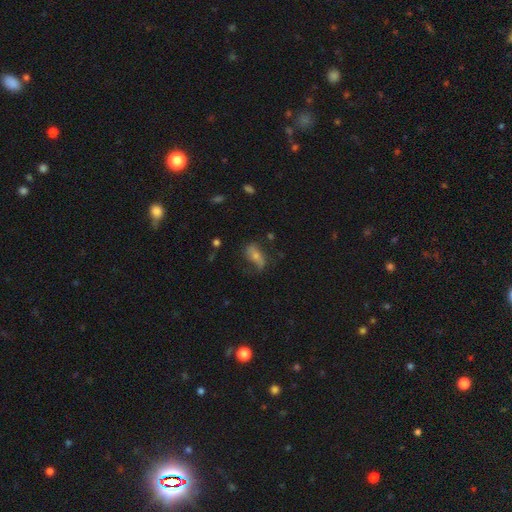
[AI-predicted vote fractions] Smooth or featured? Predicted: featured or disk (p=0.48). Merging? Predicted: none (p=0.51).